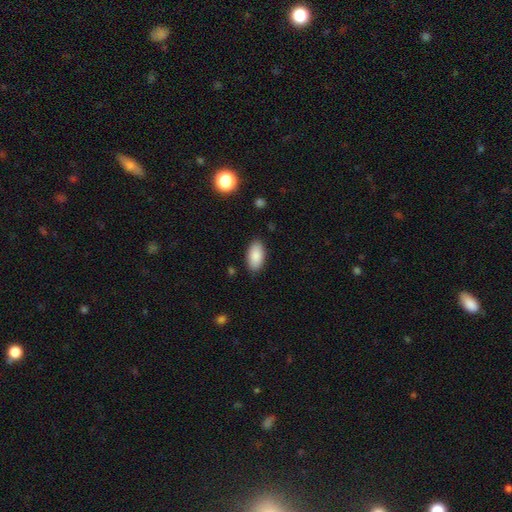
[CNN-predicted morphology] This is clearly a smooth galaxy (87%). How rounded: clearly in between (94%). Merging: clearly none (87%).